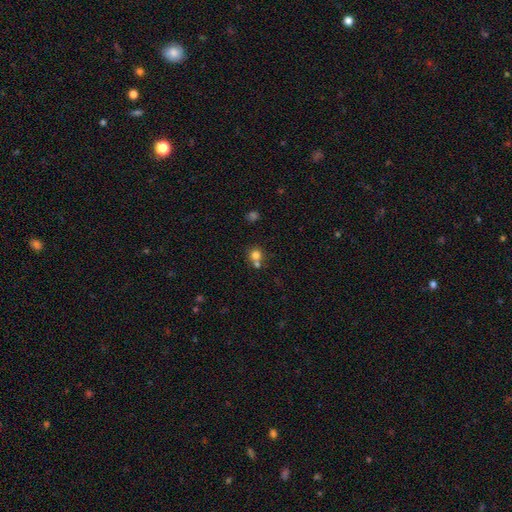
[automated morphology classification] Smooth or featured?
  - smooth: 78% *
  - star or artifact: 13%
  - featured or disk: 9%
How rounded?
  - round: 89% *
  - in between: 10%
  - cigar-shaped: 1%
Merging?
  - none: 54% *
  - merger: 36%
  - minor disturbance: 7%
  - major disturbance: 3%